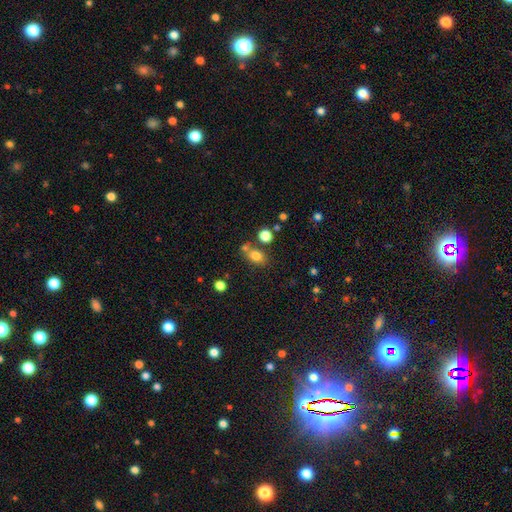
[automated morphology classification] Smooth or featured?
  - smooth: 78% *
  - star or artifact: 13%
  - featured or disk: 9%
How rounded?
  - in between: 64% *
  - round: 34%
  - cigar-shaped: 2%
Merging?
  - none: 60% *
  - merger: 23%
  - minor disturbance: 12%
  - major disturbance: 5%